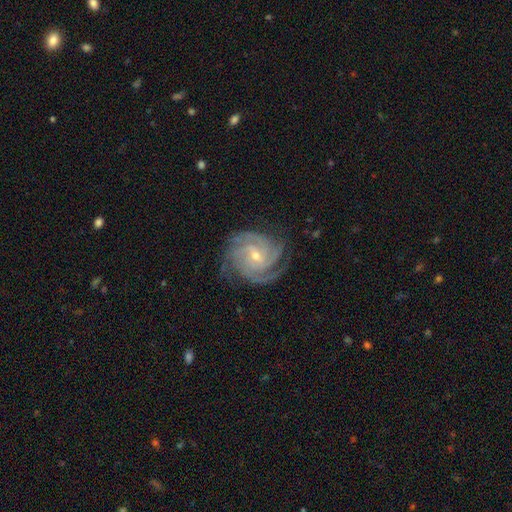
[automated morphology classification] A featured or disk galaxy (91%) with no bar (47%), 4 (34%) tight (70%) spiral arms (99%) and a small central bulge (63%).

Vote fractions:
- Smooth or featured? featured or disk: 91% / star or artifact: 5% / smooth: 4%
- Edge-on disk? no: 98% / yes: 2%
- Bar? no: 47% / weak: 40% / strong: 13%
- Spiral arms? yes: 99% / no: 1%
- Spiral winding? tight: 70% / medium: 27% / loose: 3%
- Spiral arm count? 4: 34% / 3: 32% / can't tell: 11% / 2: 9% / more than 4: 8% / 1: 6%
- Bulge size? small: 63% / moderate: 34% / none: 1% / large: 1% / dominant: 1%
- Merging? none: 81% / minor disturbance: 14% / major disturbance: 4% / merger: 1%